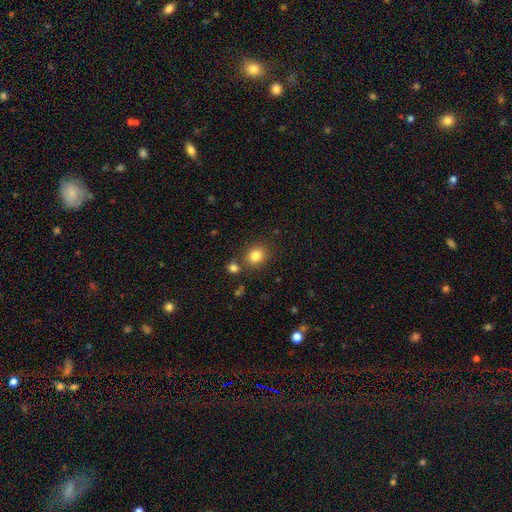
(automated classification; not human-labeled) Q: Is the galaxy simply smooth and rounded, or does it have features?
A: smooth — 83%.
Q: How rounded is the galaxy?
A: round — 65%.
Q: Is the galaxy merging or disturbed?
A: none — 77%.